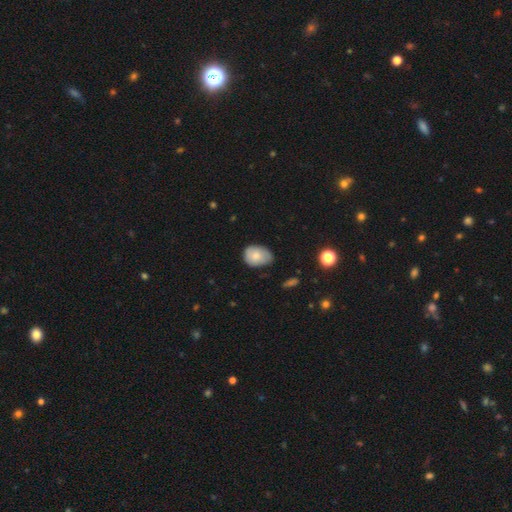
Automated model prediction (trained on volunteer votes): smooth-or-featured: smooth: 77% | featured or disk: 15% | star or artifact: 8%
  how-rounded: in between: 68% | round: 31% | cigar-shaped: 1%
  merging: none: 56% | minor disturbance: 37% | major disturbance: 6% | merger: 2%